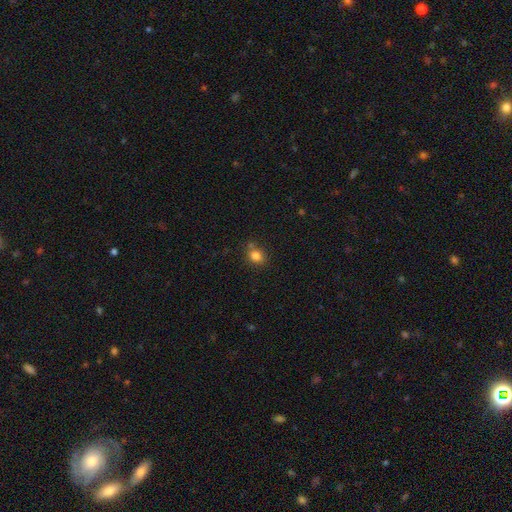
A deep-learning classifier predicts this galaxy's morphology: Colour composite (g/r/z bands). It shows a smooth galaxy with no disk features (81%) that is round (60%). Merging: none (67%).